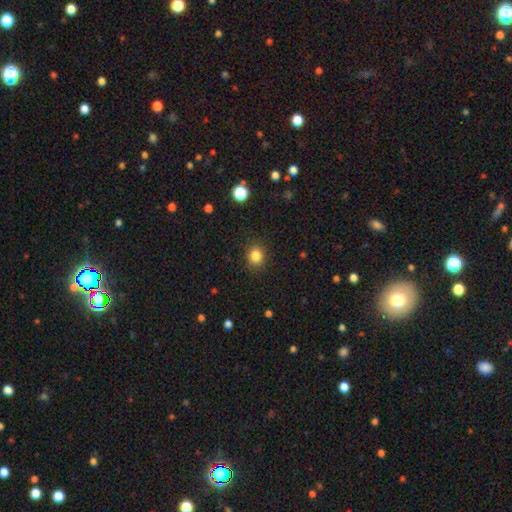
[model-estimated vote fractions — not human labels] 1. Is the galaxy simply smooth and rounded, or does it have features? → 84% smooth, 11% star or artifact, 4% featured or disk.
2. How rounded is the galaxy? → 71% round, 28% in between, 1% cigar-shaped.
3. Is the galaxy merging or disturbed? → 88% none, 8% minor disturbance, 3% major disturbance, 1% merger.